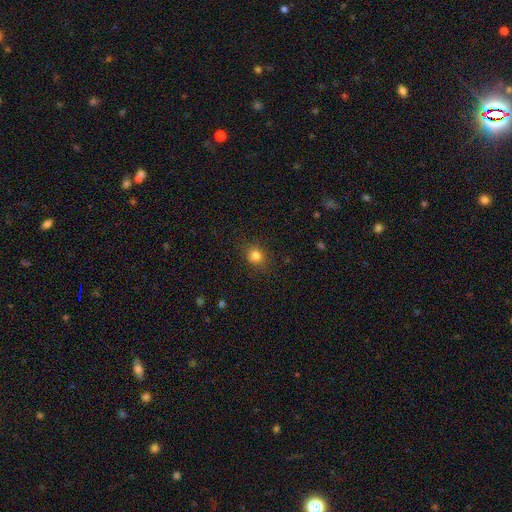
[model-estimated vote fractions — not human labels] Overall: smooth (81%). How rounded: round (72%). Merging: none (84%).